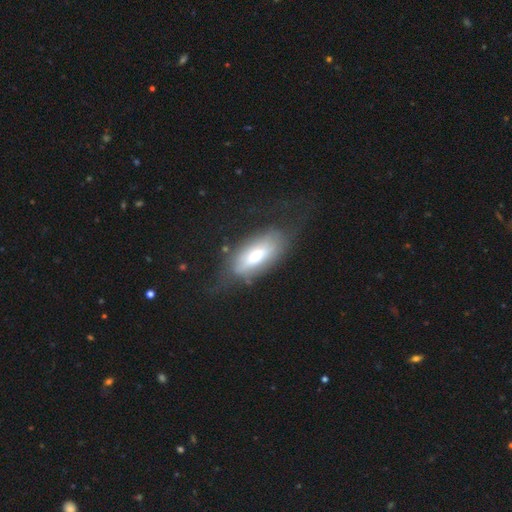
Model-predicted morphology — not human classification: Smooth or featured? Predicted: smooth (p=0.52). How rounded? Predicted: in between (p=0.85). Merging? Predicted: none (p=0.54).